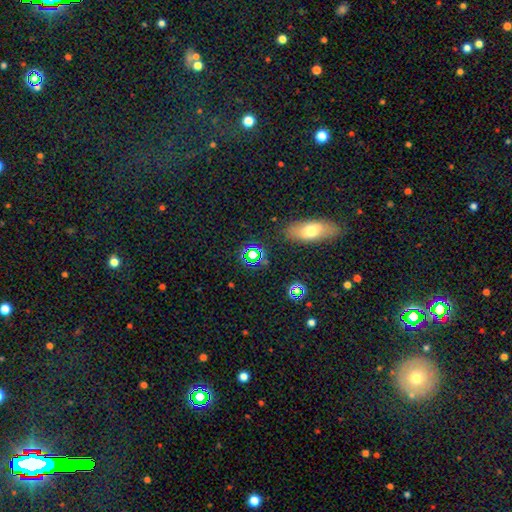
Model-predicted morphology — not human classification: Smooth or featured?
  - star or artifact: 45% *
  - smooth: 43%
  - featured or disk: 11%